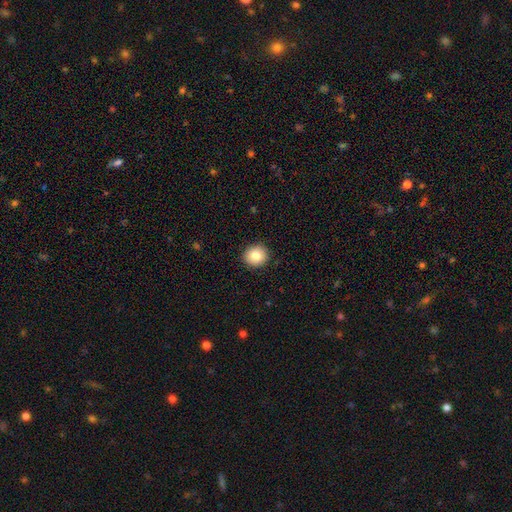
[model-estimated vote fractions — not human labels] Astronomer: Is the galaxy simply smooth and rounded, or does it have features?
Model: smooth — 82%.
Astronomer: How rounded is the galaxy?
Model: round — 88%.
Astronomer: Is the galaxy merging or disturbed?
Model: none — 91%.